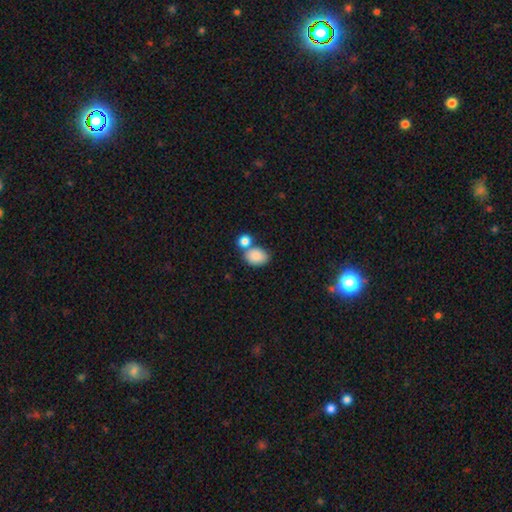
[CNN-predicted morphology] smooth-or-featured: smooth: 85% | star or artifact: 8% | featured or disk: 7%
  how-rounded: in between: 70% | round: 29% | cigar-shaped: 1%
  merging: none: 46% | merger: 37% | minor disturbance: 12% | major disturbance: 4%